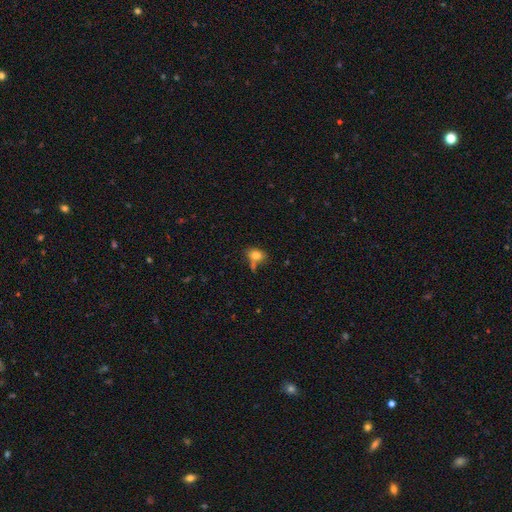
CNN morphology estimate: Smooth or featured?
  - smooth: 79% *
  - featured or disk: 11%
  - star or artifact: 10%
How rounded?
  - in between: 74% *
  - round: 24%
  - cigar-shaped: 2%
Merging?
  - none: 48% *
  - minor disturbance: 21%
  - merger: 21%
  - major disturbance: 10%